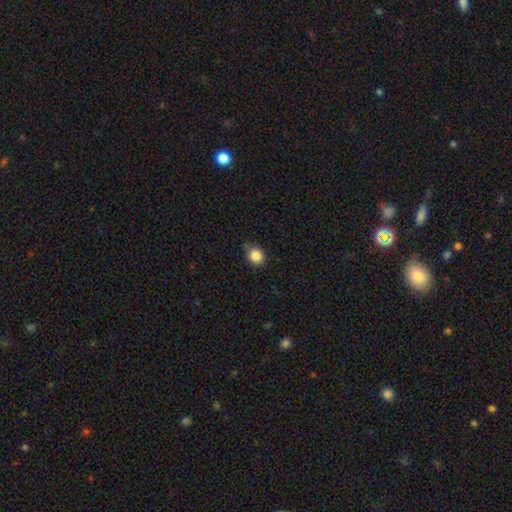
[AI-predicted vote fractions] Smooth or featured? Predicted: smooth (p=0.85). How rounded? Predicted: round (p=0.76). Merging? Predicted: none (p=0.69).